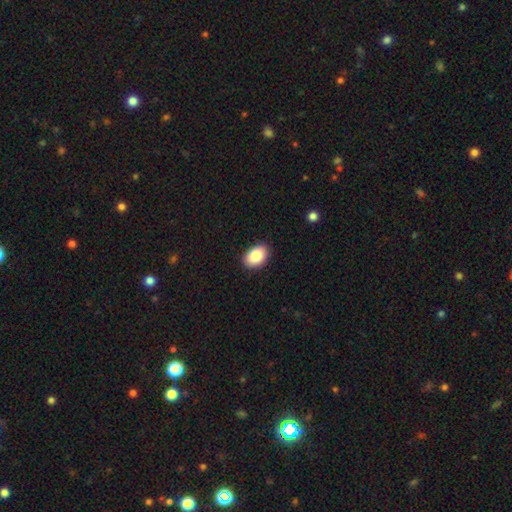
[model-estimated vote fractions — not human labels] A smooth galaxy with no disk features (86%) that is in between round and cigar-shaped (87%).

Vote fractions:
- Smooth or featured? smooth: 86% / star or artifact: 7% / featured or disk: 6%
- How rounded? in between: 87% / round: 12% / cigar-shaped: 1%
- Merging? none: 89% / minor disturbance: 8% / major disturbance: 2% / merger: 1%